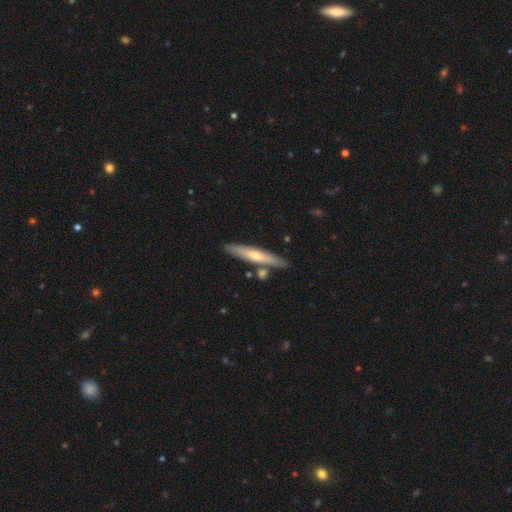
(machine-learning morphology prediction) Q: Smooth or featured?
A: featured or disk (51%); runner-up: smooth (43%)
Q: Edge-on disk?
A: yes (88%); runner-up: no (12%)
Q: Merging?
A: none (81%); runner-up: minor disturbance (10%)